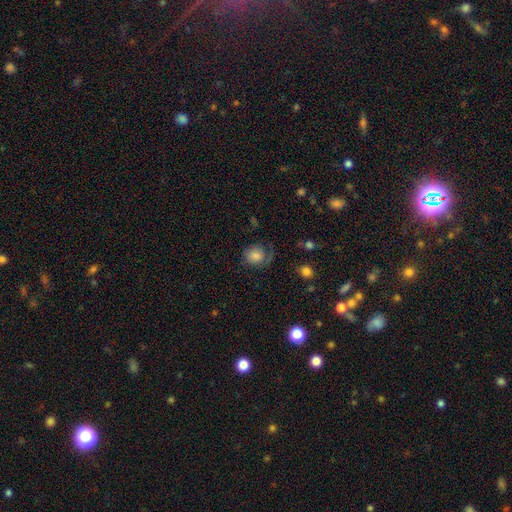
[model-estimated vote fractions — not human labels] smooth-or-featured: smooth: 69% | featured or disk: 22% | star or artifact: 9%
  how-rounded: round: 75% | in between: 24% | cigar-shaped: 1%
  merging: none: 52% | major disturbance: 23% | minor disturbance: 23% | merger: 2%